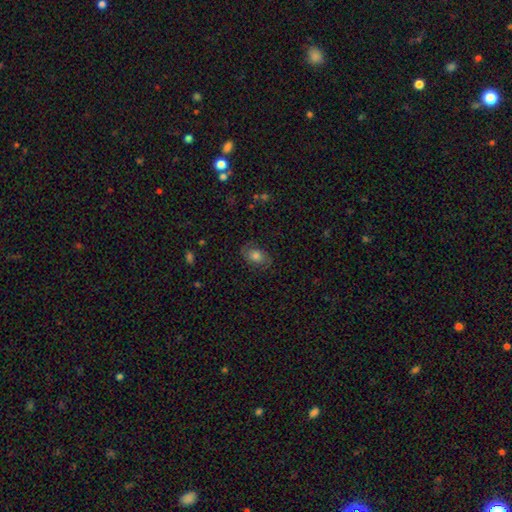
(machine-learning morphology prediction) type=smooth (51%); roundness=in between (76%); merging=none (76%).